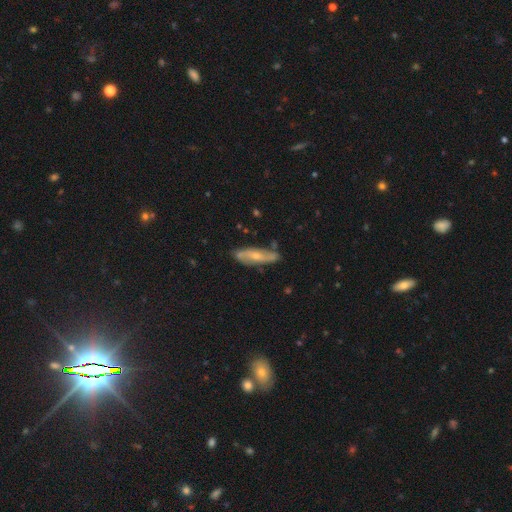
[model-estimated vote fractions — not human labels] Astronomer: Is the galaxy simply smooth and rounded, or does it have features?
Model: featured or disk — 61%.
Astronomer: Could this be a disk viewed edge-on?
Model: no — 70%.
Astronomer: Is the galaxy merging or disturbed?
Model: none — 74%.